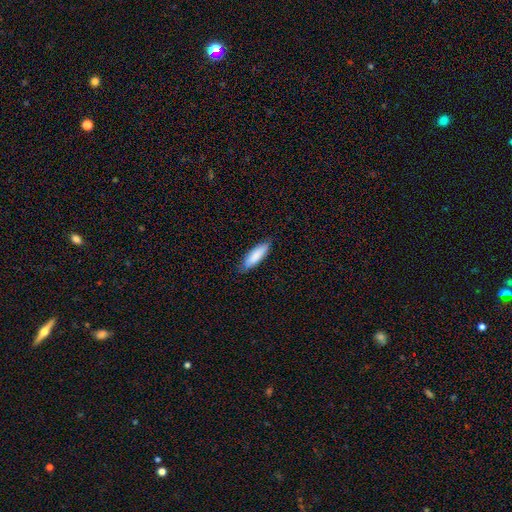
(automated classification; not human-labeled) Morphology: type=smooth (85%); roundness=cigar-shaped (54%); merging=none (84%).